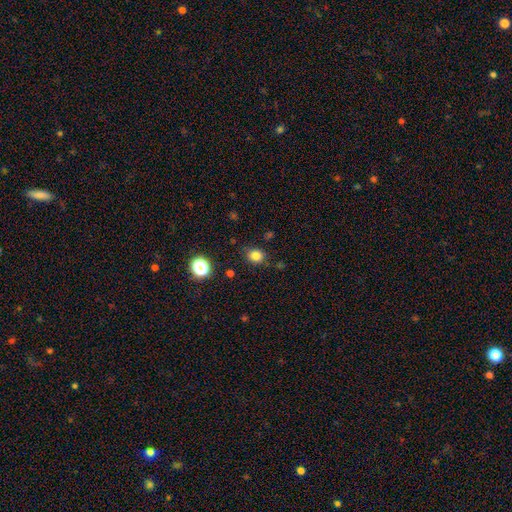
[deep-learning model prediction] The model was most divided on "how rounded": round: 71%, in between: 28%, cigar-shaped: 1%. More confident: merging — none (84%); smooth or featured — smooth (81%).